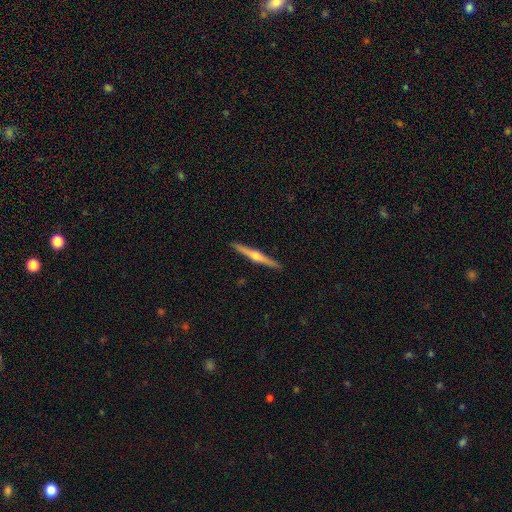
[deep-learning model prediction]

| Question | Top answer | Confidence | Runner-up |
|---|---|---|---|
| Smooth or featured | featured or disk | 74% | smooth (21%) |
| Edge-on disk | yes | 98% | no (2%) |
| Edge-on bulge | rounded | 92% | none (5%) |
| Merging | none | 92% | minor disturbance (5%) |